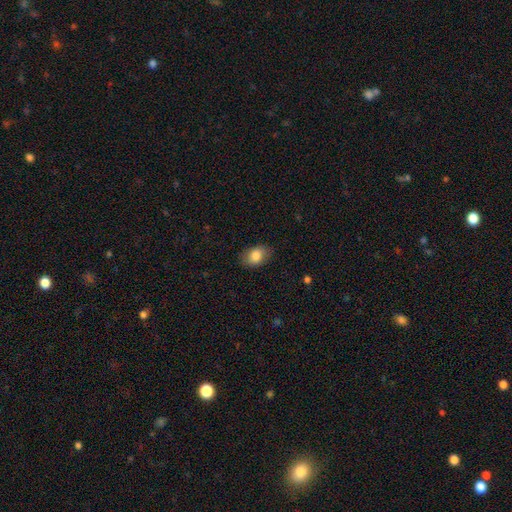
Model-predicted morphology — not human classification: Smooth or featured? smooth (83%)
How rounded? in between (82%)
Merging? none (82%)